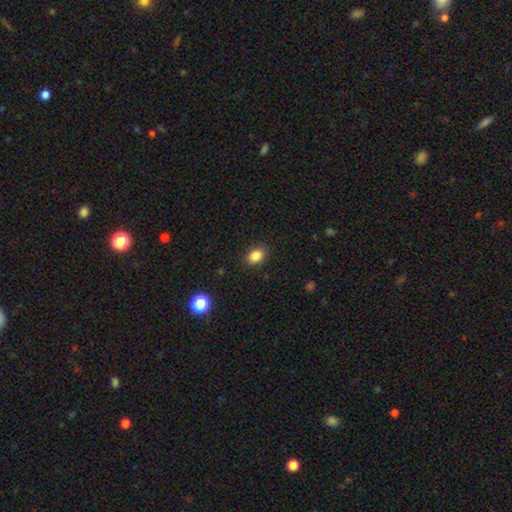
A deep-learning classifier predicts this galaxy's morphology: type=smooth (85%); roundness=in between (68%); merging=none (87%).